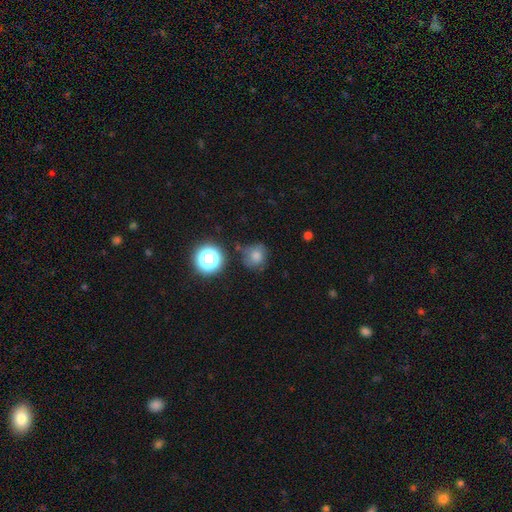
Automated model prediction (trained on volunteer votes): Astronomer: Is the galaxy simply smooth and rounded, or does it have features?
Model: smooth — 72%.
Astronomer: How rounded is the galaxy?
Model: round — 81%.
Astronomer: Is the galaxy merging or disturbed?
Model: none — 64%.